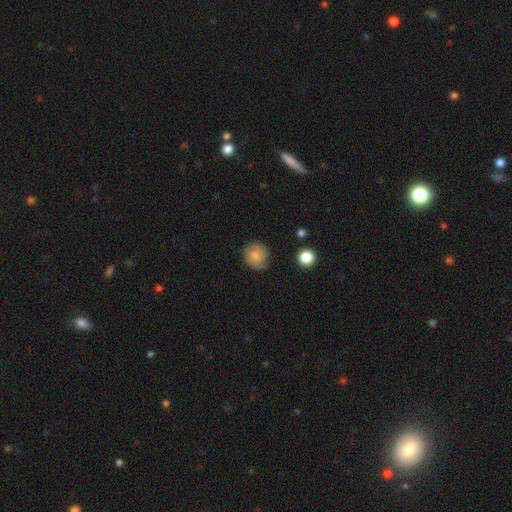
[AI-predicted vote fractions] Overall: smooth (50%; featured or disk 42%). Merging: none (74%).